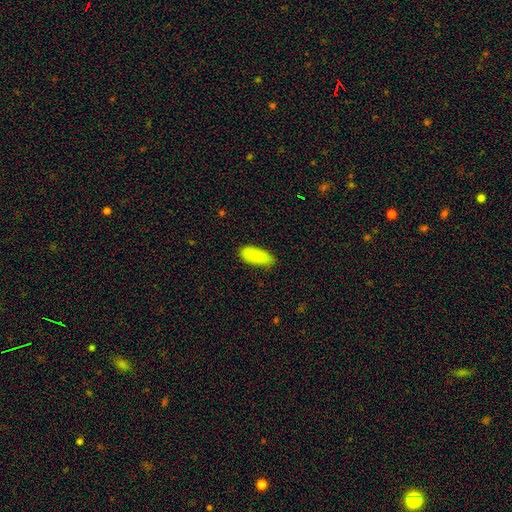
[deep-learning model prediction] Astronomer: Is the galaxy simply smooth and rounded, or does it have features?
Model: smooth — 89%.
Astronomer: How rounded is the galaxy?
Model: in between — 81%.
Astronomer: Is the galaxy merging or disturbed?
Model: none — 82%.